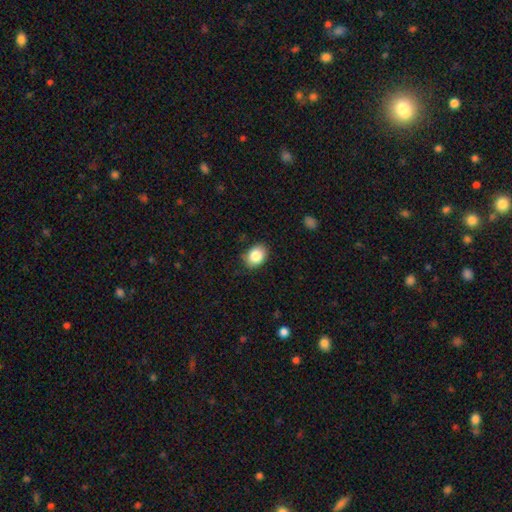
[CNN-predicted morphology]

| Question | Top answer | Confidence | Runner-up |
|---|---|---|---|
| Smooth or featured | smooth | 85% | star or artifact (8%) |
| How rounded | in between | 66% | round (33%) |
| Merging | none | 83% | minor disturbance (13%) |